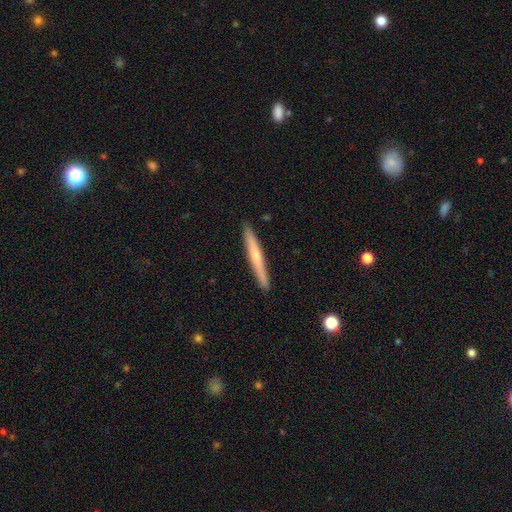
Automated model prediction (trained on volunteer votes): smooth 48%, featured or disk 47%, star or artifact 6%. Down the decision tree: merging — none (92%).